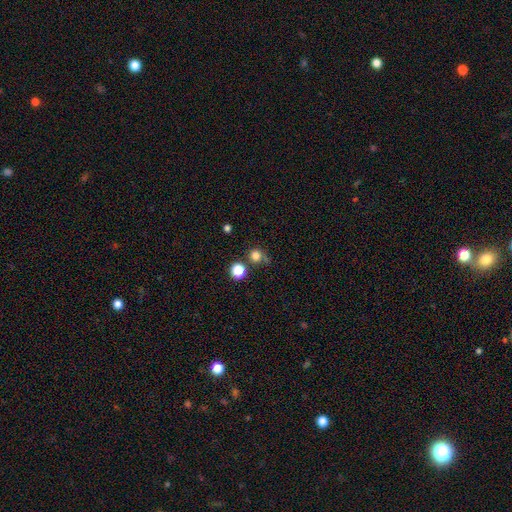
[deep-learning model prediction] This is likely a smooth galaxy (78%). How rounded: clearly round (92%). Merging: likely none (68%).